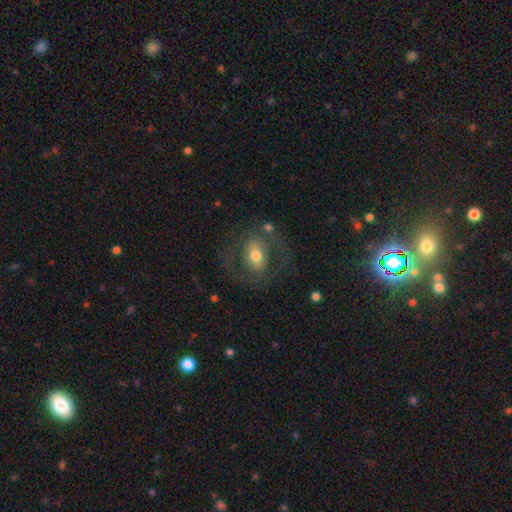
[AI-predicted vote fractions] Smooth or featured?
  - featured or disk: 62% *
  - smooth: 31%
  - star or artifact: 8%
Edge-on disk?
  - no: 94% *
  - yes: 6%
Bar?
  - weak: 39% *
  - strong: 31%
  - no: 30%
Spiral arms?
  - yes: 56% *
  - no: 44%
Bulge size?
  - moderate: 70% *
  - small: 17%
  - large: 11%
  - dominant: 1%
  - none: 1%
Merging?
  - none: 64% *
  - major disturbance: 17%
  - minor disturbance: 16%
  - merger: 3%